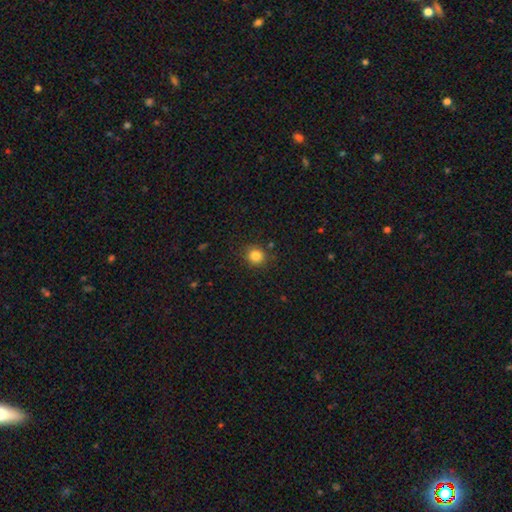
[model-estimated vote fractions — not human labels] Smooth or featured? Predicted: smooth (p=0.83). How rounded? Predicted: round (p=0.88). Merging? Predicted: none (p=0.87).